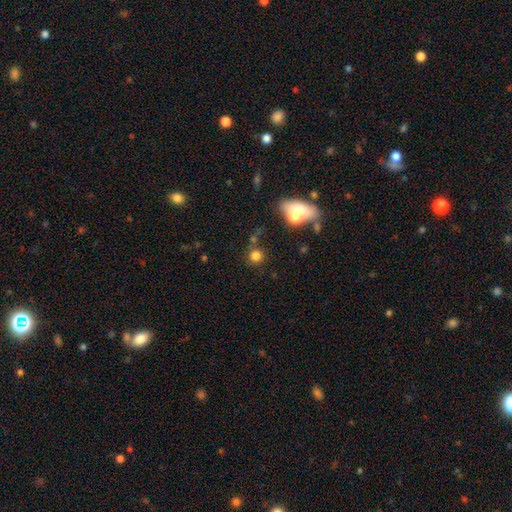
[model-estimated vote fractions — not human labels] A smooth galaxy with no disk features (77%) that is round (90%).

Vote fractions:
- Smooth or featured? smooth: 77% / star or artifact: 17% / featured or disk: 7%
- How rounded? round: 90% / in between: 9% / cigar-shaped: 1%
- Merging? none: 74% / merger: 11% / minor disturbance: 10% / major disturbance: 5%